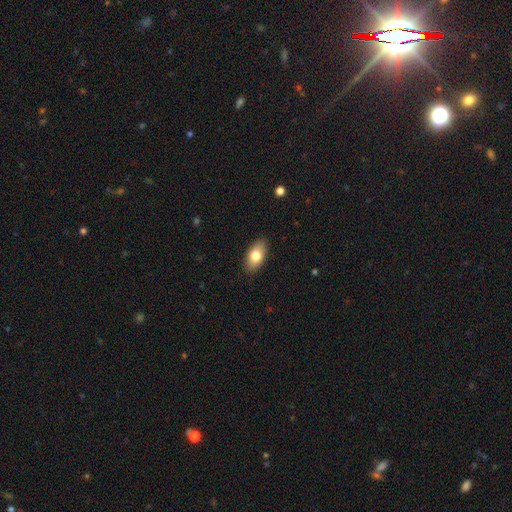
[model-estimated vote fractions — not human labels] Q: Smooth or featured?
A: smooth (78%); runner-up: featured or disk (15%)
Q: How rounded?
A: in between (92%); runner-up: round (4%)
Q: Merging?
A: none (87%); runner-up: minor disturbance (10%)